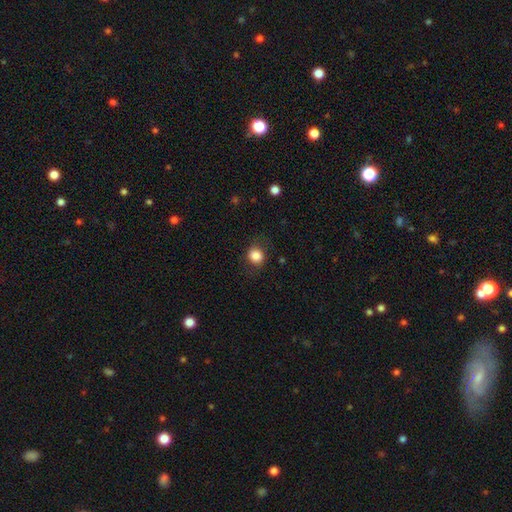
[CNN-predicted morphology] A smooth galaxy with no disk features (84%) that is round (78%). Merging: none (80%).